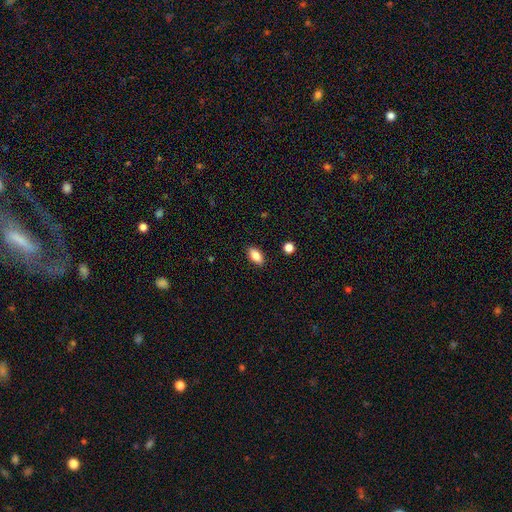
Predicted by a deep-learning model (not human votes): A smooth galaxy with no disk features (84%) that is in between round and cigar-shaped (90%).

Vote fractions:
- Smooth or featured? smooth: 84% / featured or disk: 8% / star or artifact: 8%
- How rounded? in between: 90% / cigar-shaped: 6% / round: 4%
- Merging? none: 88% / minor disturbance: 8% / major disturbance: 2% / merger: 1%